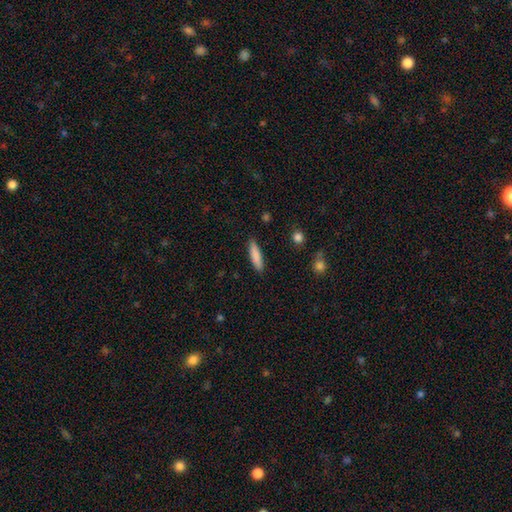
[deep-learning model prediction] smooth_or_featured: smooth (p=0.84) [alt: featured or disk p=0.10]
how_rounded: cigar-shaped (p=0.77) [alt: in between p=0.21]
merging: none (p=0.89) [alt: minor disturbance p=0.08]